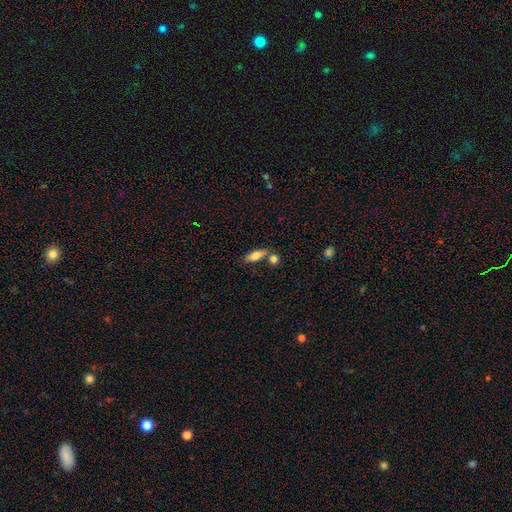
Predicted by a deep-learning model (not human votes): This appears to be a smooth galaxy with no disk features (77%) that is in between round and cigar-shaped (65%). Merging: none (60%).